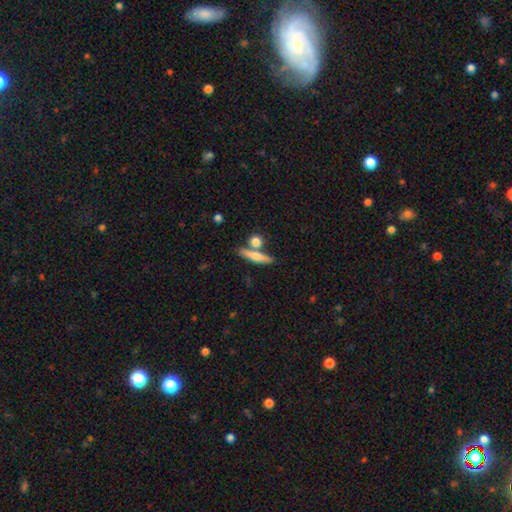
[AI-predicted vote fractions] Smooth or featured? smooth (60%)
How rounded? cigar-shaped (73%)
Merging? none (68%)